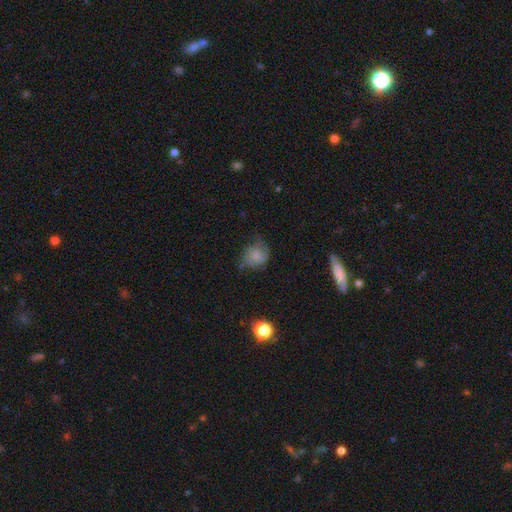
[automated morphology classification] smooth_or_featured: smooth (p=0.70) [alt: featured or disk p=0.19]
how_rounded: round (p=0.73) [alt: in between p=0.26]
merging: none (p=0.48) [alt: minor disturbance p=0.35]